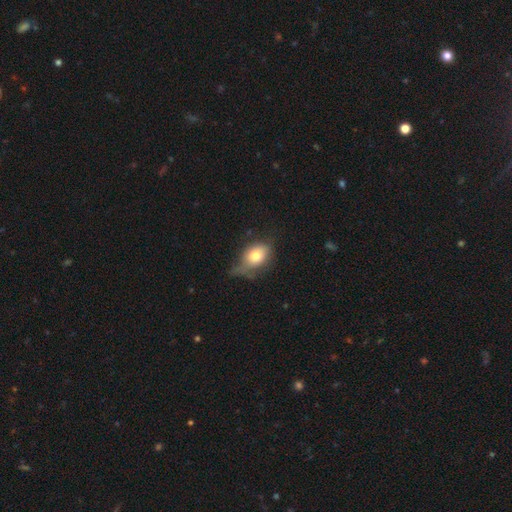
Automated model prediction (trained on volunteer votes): Q: Smooth or featured?
A: smooth (73%); runner-up: featured or disk (17%)
Q: How rounded?
A: in between (70%); runner-up: round (28%)
Q: Merging?
A: minor disturbance (39%); runner-up: none (36%)